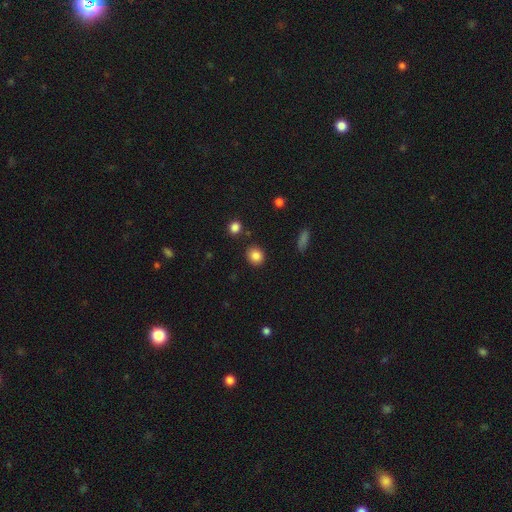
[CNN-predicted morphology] smooth 85%, star or artifact 9%, featured or disk 5%. Down the decision tree: how rounded — round (76%); merging — none (87%).